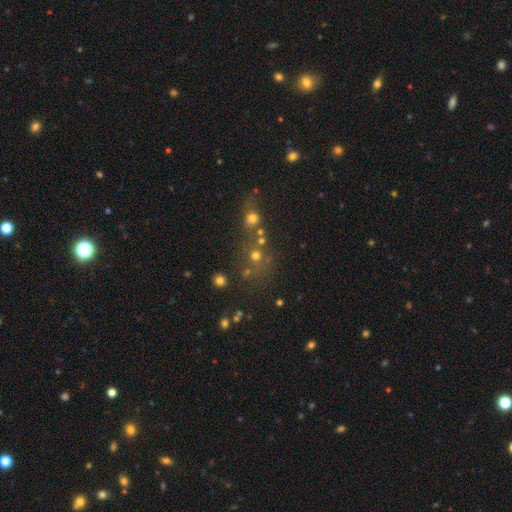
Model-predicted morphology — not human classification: This is likely a smooth galaxy (63%). How rounded: clearly round (87%). Merging: possibly none (60%).